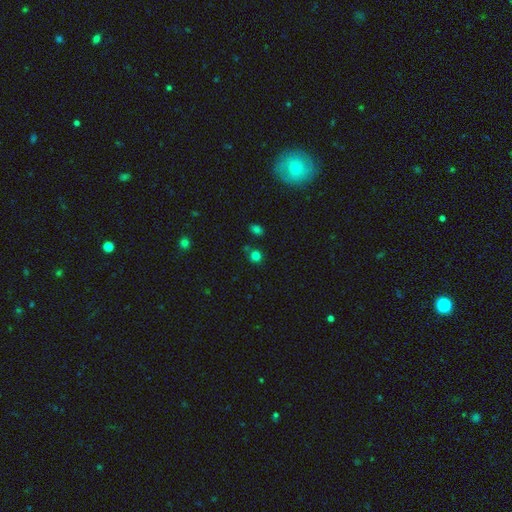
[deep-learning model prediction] Morphology: type=smooth (76%); roundness=round (85%); merging=none (76%).